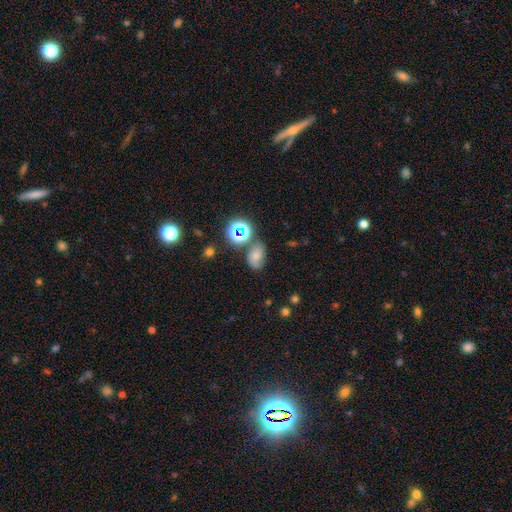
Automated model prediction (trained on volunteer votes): A smooth galaxy with no disk features (57%) that is in between round and cigar-shaped (75%).

Vote fractions:
- Smooth or featured? smooth: 57% / star or artifact: 23% / featured or disk: 20%
- How rounded? in between: 75% / round: 23% / cigar-shaped: 2%
- Merging? none: 57% / minor disturbance: 23% / merger: 11% / major disturbance: 9%